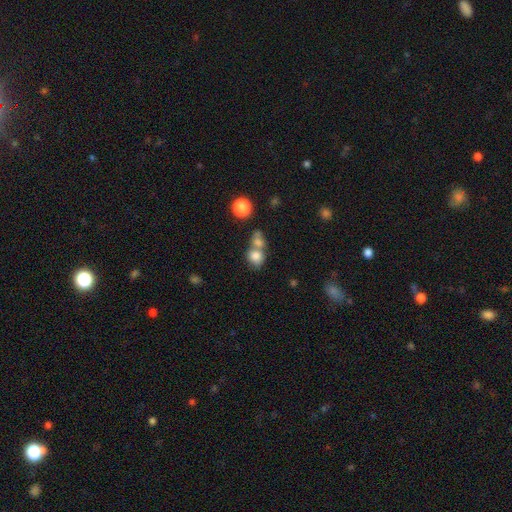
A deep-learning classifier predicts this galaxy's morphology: Smooth or featured? Predicted: smooth (p=0.79). How rounded? Predicted: round (p=0.69). Merging? Predicted: merger (p=0.54).